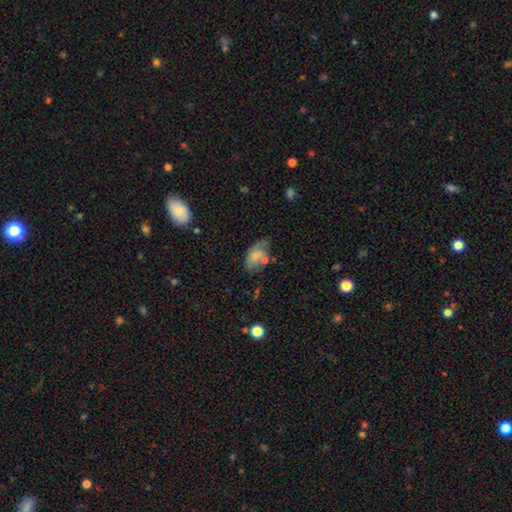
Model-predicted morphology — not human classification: Smooth or featured? Predicted: smooth (p=0.68). How rounded? Predicted: in between (p=0.91). Merging? Predicted: none (p=0.44).